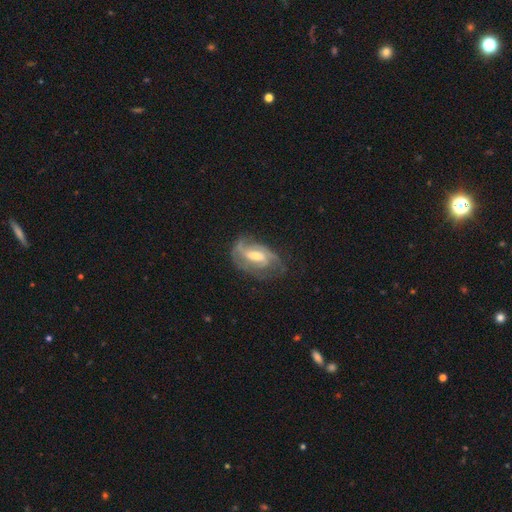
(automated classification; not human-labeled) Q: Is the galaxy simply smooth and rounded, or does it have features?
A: featured or disk — 81%.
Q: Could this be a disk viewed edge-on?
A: no — 95%.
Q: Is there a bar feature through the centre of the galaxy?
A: weak — 50%.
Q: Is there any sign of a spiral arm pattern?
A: yes — 92%.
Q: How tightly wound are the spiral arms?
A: medium — 44%.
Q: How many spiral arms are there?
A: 2 — 45%.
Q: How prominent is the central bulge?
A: moderate — 60%.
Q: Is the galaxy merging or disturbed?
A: none — 61%.